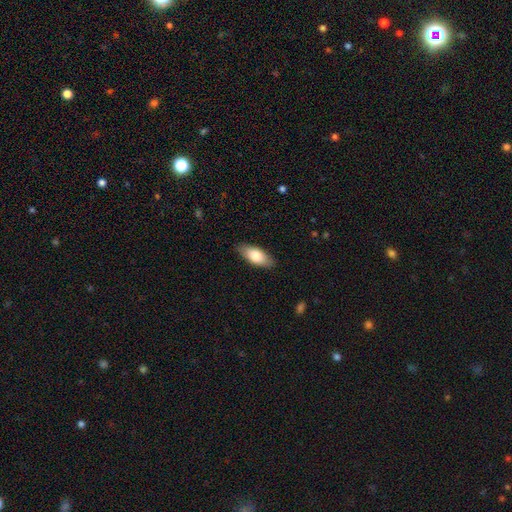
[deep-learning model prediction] Smooth or featured? smooth (79%)
How rounded? in between (85%)
Merging? none (85%)